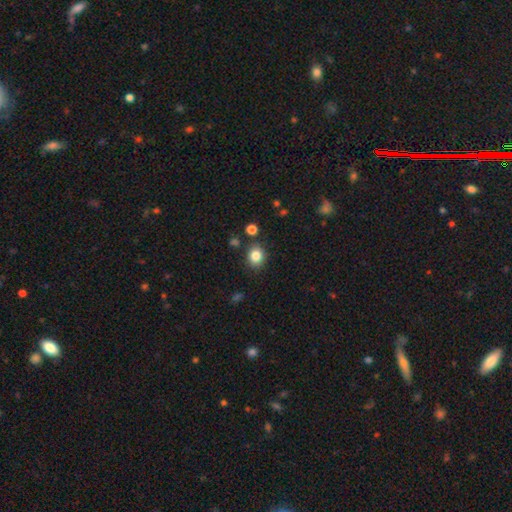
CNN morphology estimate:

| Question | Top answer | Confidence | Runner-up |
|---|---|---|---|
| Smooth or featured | smooth | 83% | star or artifact (11%) |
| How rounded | round | 68% | in between (31%) |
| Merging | none | 84% | minor disturbance (9%) |